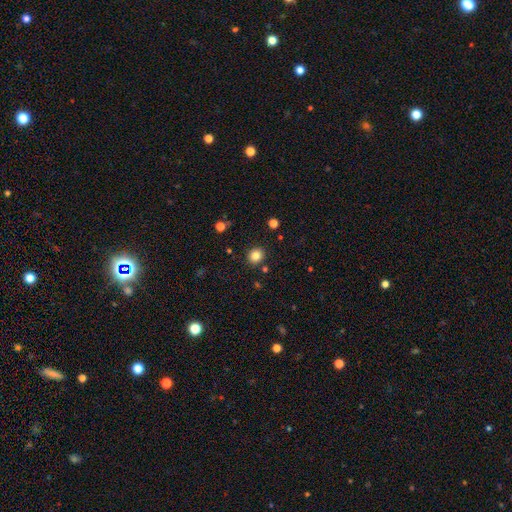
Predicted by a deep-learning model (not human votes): Overall: smooth (83%). How rounded: round (81%). Merging: none (88%).